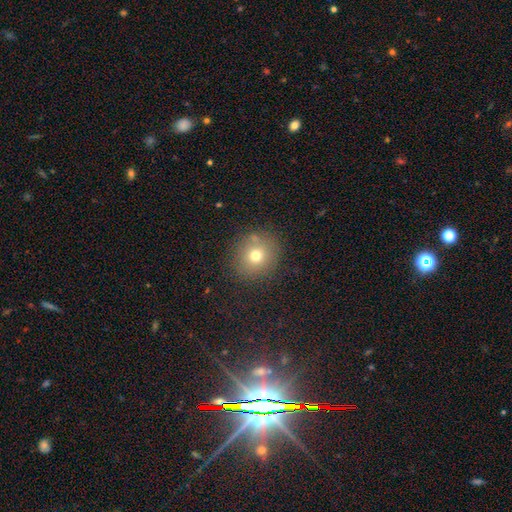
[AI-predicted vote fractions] Smooth or featured? smooth (70%)
How rounded? round (86%)
Merging? none (82%)